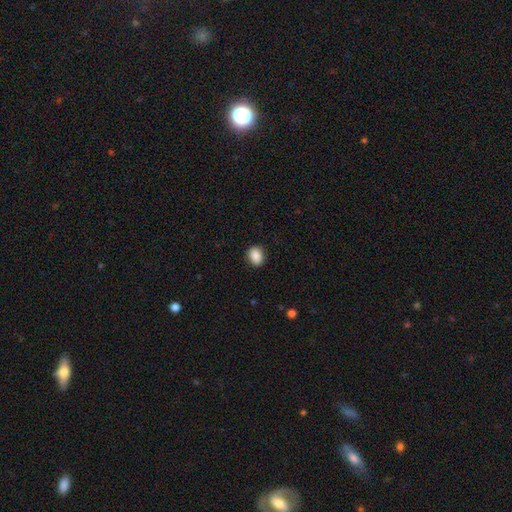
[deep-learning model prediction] A smooth galaxy with no disk features (87%) that is in between round and cigar-shaped (51%). Merging: none (88%).